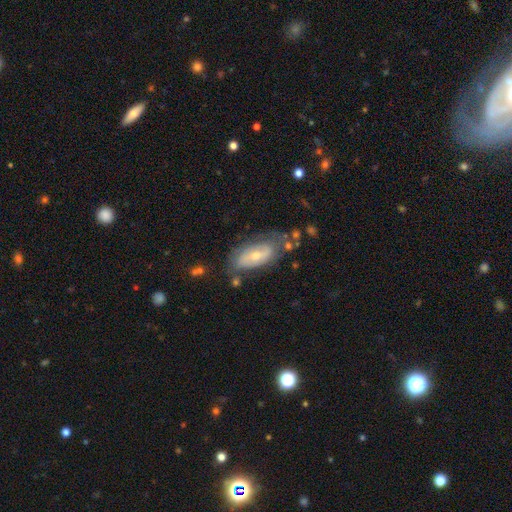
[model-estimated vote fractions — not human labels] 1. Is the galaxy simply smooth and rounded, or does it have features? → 56% featured or disk, 36% smooth, 8% star or artifact.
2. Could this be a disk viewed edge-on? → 88% no, 12% yes.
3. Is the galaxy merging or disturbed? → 57% none, 26% minor disturbance, 12% major disturbance, 6% merger.